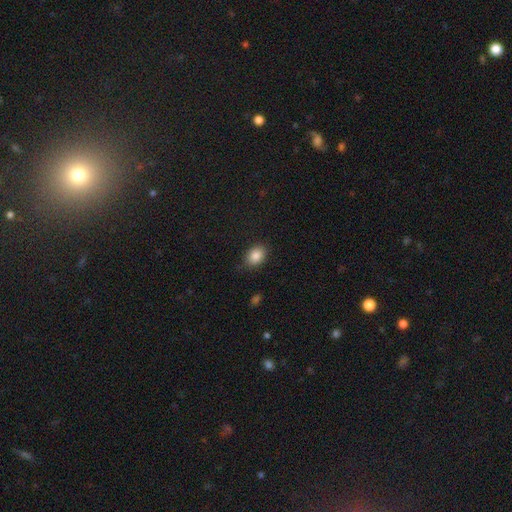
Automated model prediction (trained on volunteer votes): Q: Smooth or featured?
A: smooth (85%); runner-up: star or artifact (9%)
Q: How rounded?
A: in between (70%); runner-up: round (29%)
Q: Merging?
A: none (81%); runner-up: minor disturbance (14%)